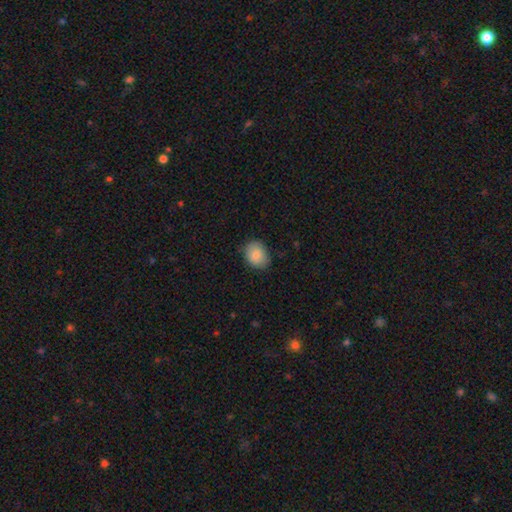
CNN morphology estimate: Smooth or featured?
  - smooth: 85% *
  - featured or disk: 8%
  - star or artifact: 8%
How rounded?
  - in between: 52% *
  - round: 47%
  - cigar-shaped: 1%
Merging?
  - none: 79% *
  - minor disturbance: 17%
  - major disturbance: 3%
  - merger: 1%